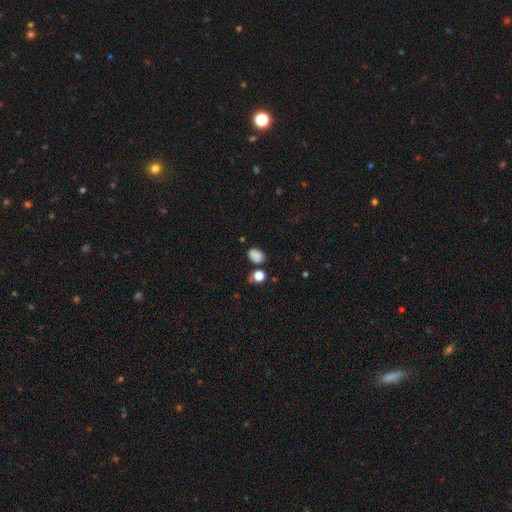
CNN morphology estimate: smooth-or-featured: smooth: 81% | star or artifact: 13% | featured or disk: 5%
  how-rounded: in between: 75% | round: 24% | cigar-shaped: 1%
  merging: none: 67% | minor disturbance: 19% | merger: 9% | major disturbance: 5%